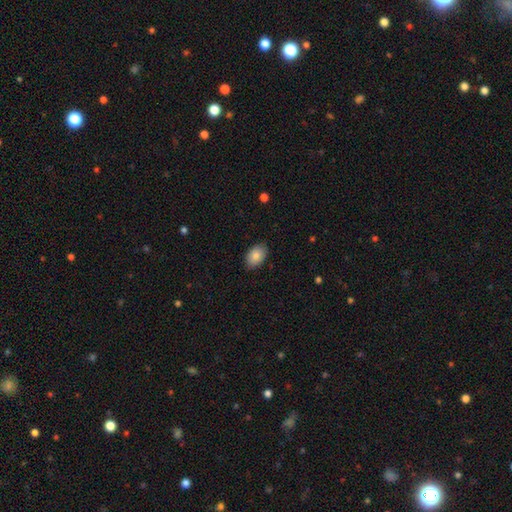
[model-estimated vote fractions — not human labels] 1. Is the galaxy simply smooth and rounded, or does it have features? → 86% smooth, 8% featured or disk, 7% star or artifact.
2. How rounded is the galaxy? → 89% in between, 10% round, 1% cigar-shaped.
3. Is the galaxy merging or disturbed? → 87% none, 10% minor disturbance, 2% major disturbance, 1% merger.